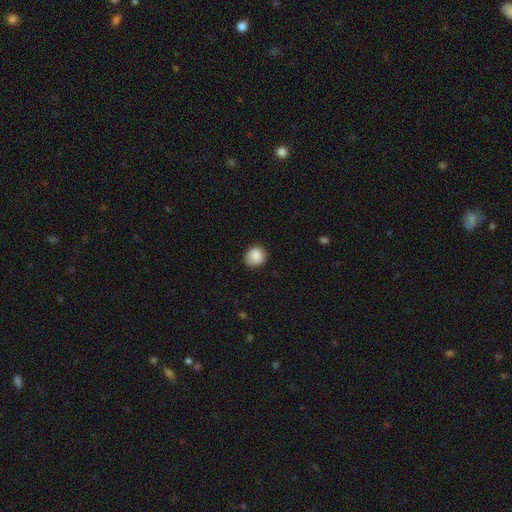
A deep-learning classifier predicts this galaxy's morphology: smooth 87%, star or artifact 8%, featured or disk 5%. Down the decision tree: how rounded — round (81%); merging — none (78%).